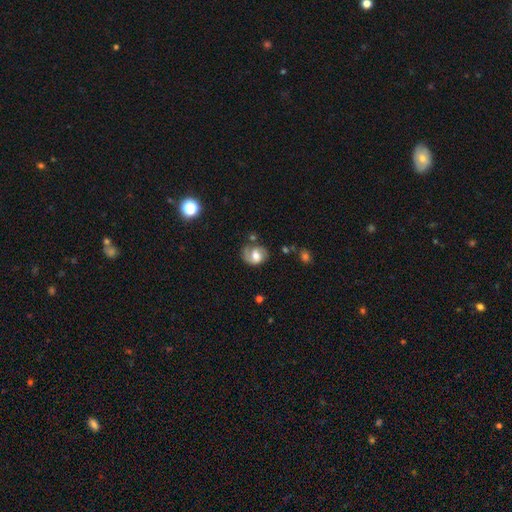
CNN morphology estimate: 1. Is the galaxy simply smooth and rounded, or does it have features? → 59% featured or disk, 33% smooth, 8% star or artifact.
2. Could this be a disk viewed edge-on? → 97% no, 3% yes.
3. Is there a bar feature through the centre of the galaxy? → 47% no, 41% weak, 12% strong.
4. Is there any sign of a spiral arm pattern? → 84% yes, 16% no.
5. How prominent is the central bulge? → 58% moderate, 23% large, 13% small, 3% none, 2% dominant.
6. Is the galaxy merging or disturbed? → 54% none, 25% minor disturbance, 15% major disturbance, 5% merger.